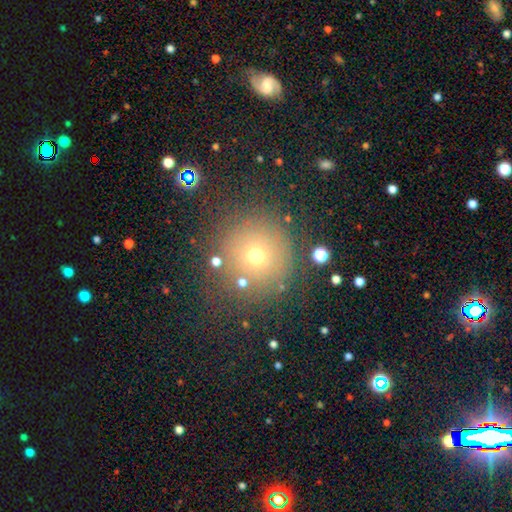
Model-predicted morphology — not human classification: Q: Smooth or featured?
A: smooth (64%); runner-up: star or artifact (24%)
Q: How rounded?
A: round (95%); runner-up: in between (4%)
Q: Merging?
A: none (81%); runner-up: minor disturbance (10%)